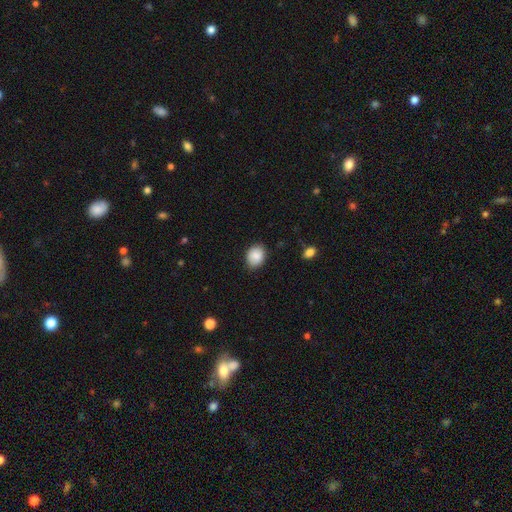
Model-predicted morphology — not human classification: type=smooth (86%); roundness=in between (57%); merging=none (83%).